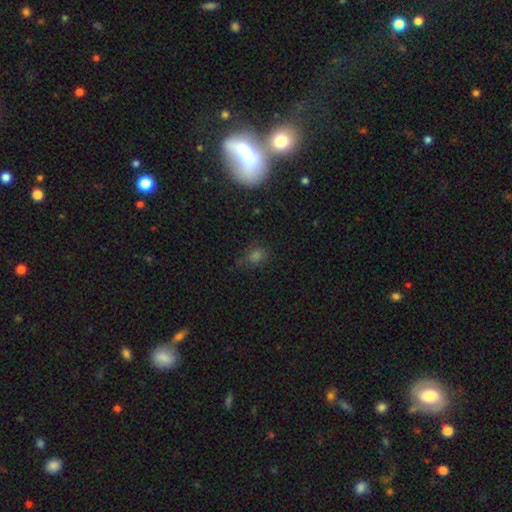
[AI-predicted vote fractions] Overall: smooth (60%; star or artifact 28%). How rounded: round (59%; in between 38%). Merging: none (65%).